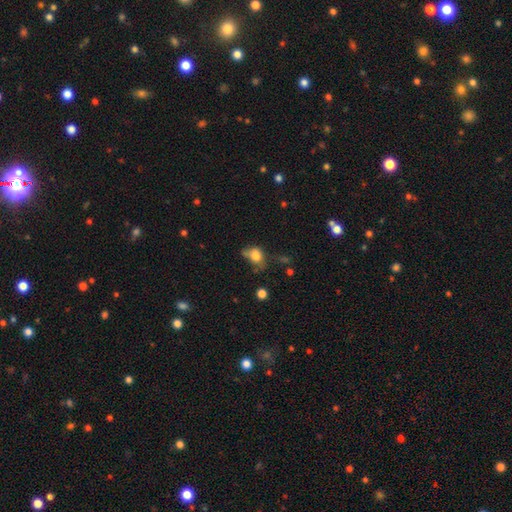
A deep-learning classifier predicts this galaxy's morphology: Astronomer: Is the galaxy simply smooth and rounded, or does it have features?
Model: smooth — 71%.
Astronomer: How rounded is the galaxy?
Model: in between — 64%.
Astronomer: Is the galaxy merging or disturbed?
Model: minor disturbance — 32% (runner-up: none, 30%).